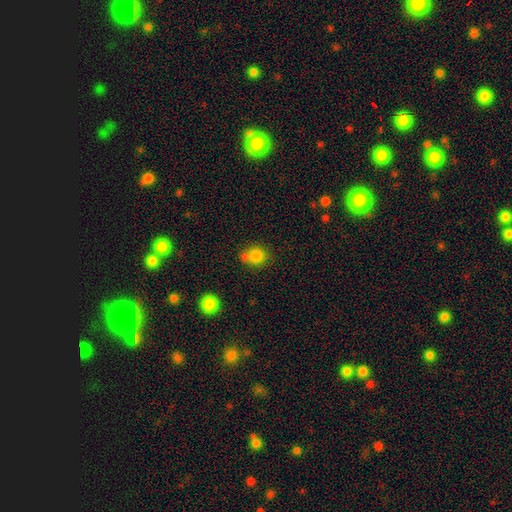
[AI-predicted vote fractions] Smooth or featured? smooth (82%)
How rounded? round (82%)
Merging? none (57%)